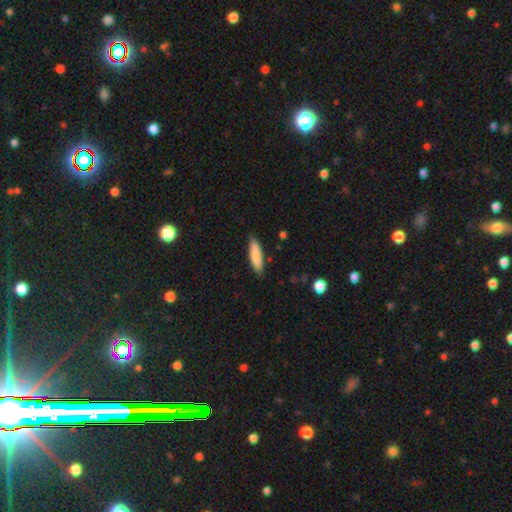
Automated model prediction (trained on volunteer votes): Morphology: type=smooth (84%); roundness=cigar-shaped (63%); merging=none (84%).